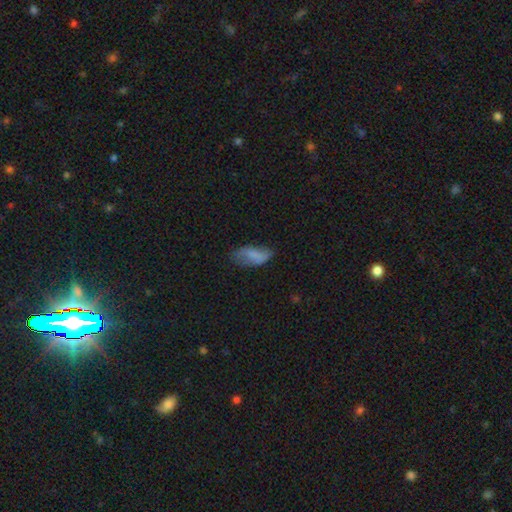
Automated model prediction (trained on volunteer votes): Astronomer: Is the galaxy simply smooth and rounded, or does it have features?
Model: smooth — 71%.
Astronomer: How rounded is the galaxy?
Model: in between — 91%.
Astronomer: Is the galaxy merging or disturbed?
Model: none — 50% (runner-up: minor disturbance, 33%).